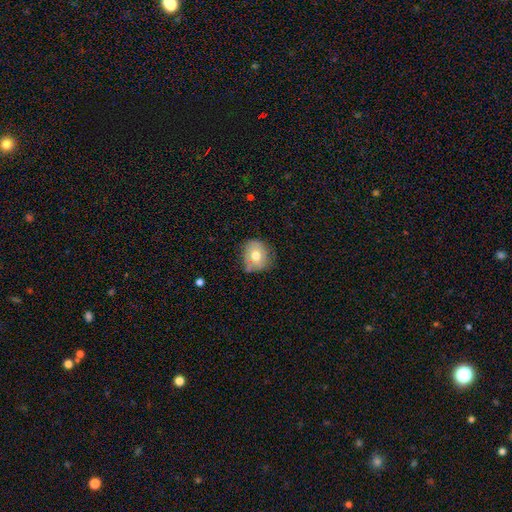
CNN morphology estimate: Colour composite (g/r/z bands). It shows a smooth galaxy with no disk features (69%) that is round (73%). Merging: none (63%).